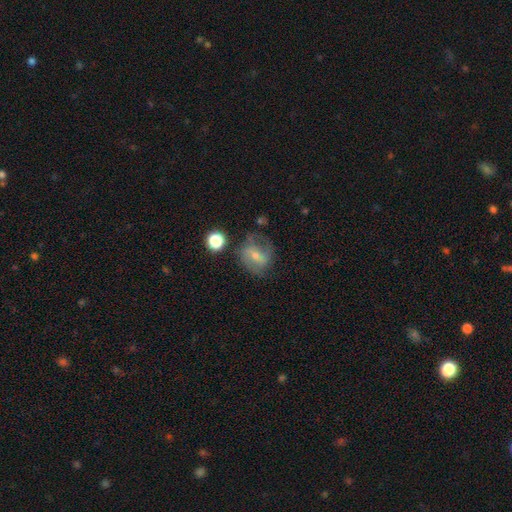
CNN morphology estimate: Q: Smooth or featured?
A: featured or disk (56%); runner-up: smooth (33%)
Q: Edge-on disk?
A: no (96%); runner-up: yes (4%)
Q: Bar?
A: weak (44%); runner-up: no (28%)
Q: Spiral arms?
A: yes (76%); runner-up: no (24%)
Q: Bulge size?
A: small (50%); runner-up: moderate (43%)
Q: Merging?
A: none (59%); runner-up: minor disturbance (22%)